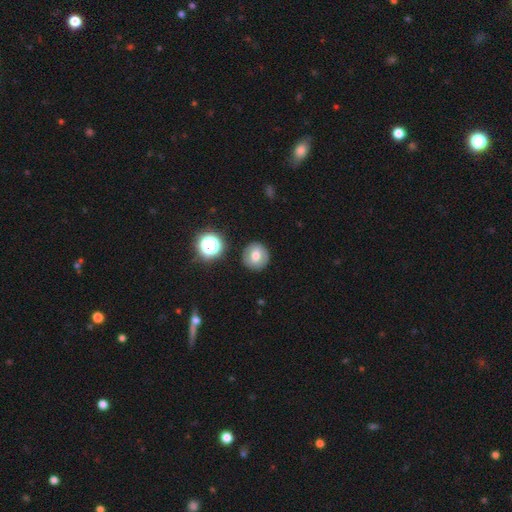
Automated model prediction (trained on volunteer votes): Overall: smooth (67%). How rounded: round (89%). Merging: none (87%).